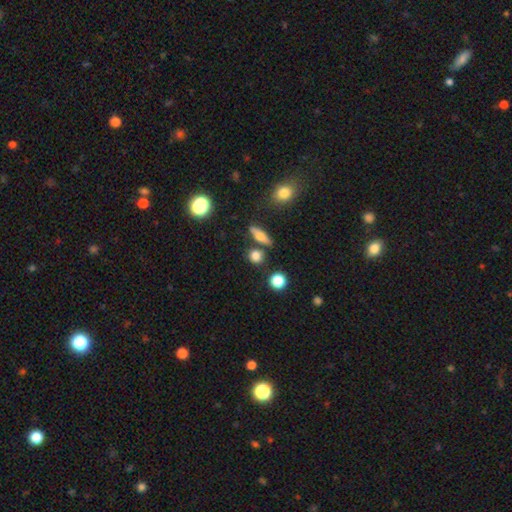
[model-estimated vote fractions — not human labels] smooth_or_featured: smooth (p=0.75) [alt: star or artifact p=0.13]
how_rounded: round (p=0.70) [alt: in between p=0.22]
merging: none (p=0.75) [alt: merger p=0.12]